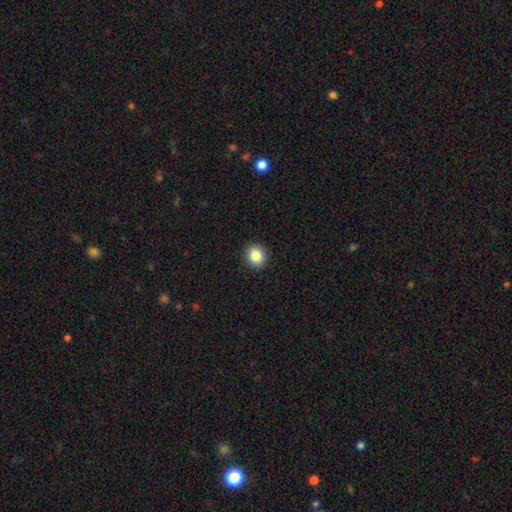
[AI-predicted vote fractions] Smooth or featured? Predicted: smooth (p=0.86). How rounded? Predicted: round (p=0.72). Merging? Predicted: none (p=0.91).